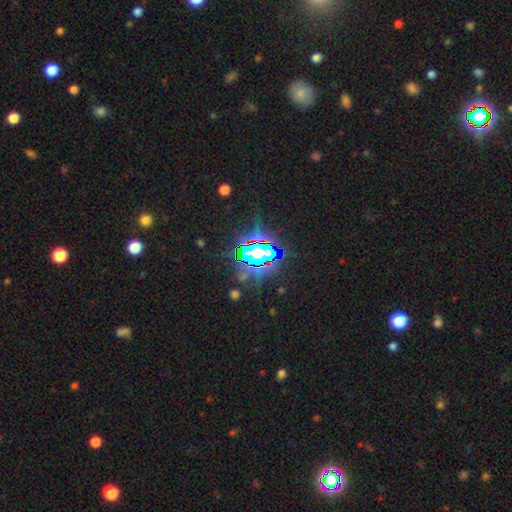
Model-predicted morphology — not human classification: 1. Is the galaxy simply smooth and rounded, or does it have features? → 80% star or artifact, 12% smooth, 8% featured or disk.